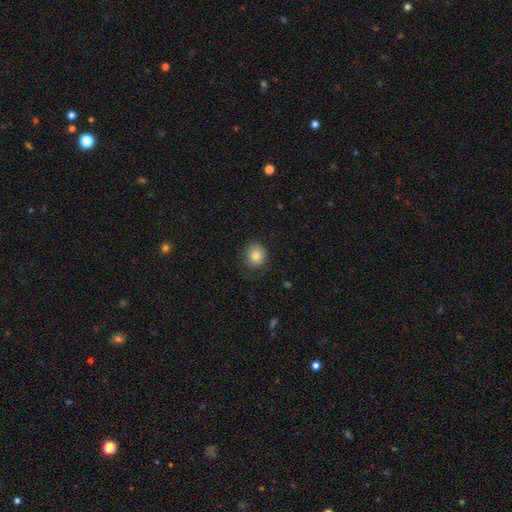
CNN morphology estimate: Smooth or featured: smooth — 82% (star or artifact — 10%)
How rounded: round — 82% (in between — 18%)
Merging: none — 76% (minor disturbance — 18%)